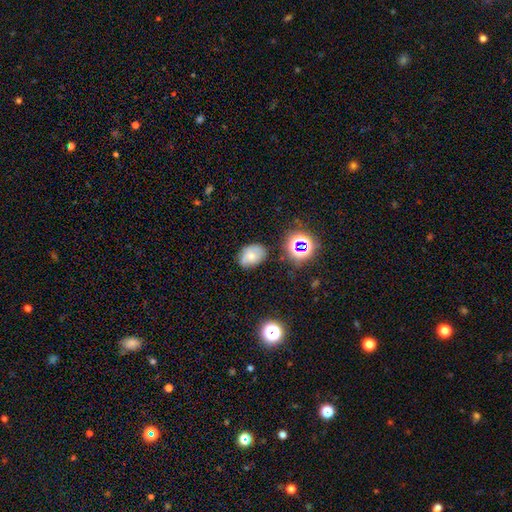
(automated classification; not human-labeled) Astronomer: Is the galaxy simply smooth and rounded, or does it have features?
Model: smooth — 54% (runner-up: featured or disk, 30%).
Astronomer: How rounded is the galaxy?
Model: in between — 72%.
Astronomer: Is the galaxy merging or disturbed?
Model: none — 65%.